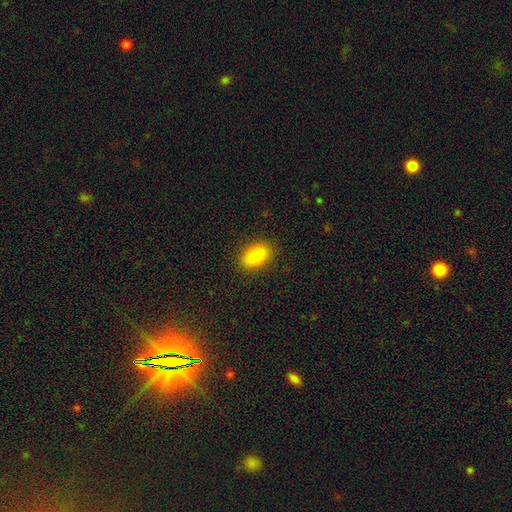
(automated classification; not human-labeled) Smooth or featured? Predicted: smooth (p=0.85). How rounded? Predicted: in between (p=0.88). Merging? Predicted: none (p=0.88).